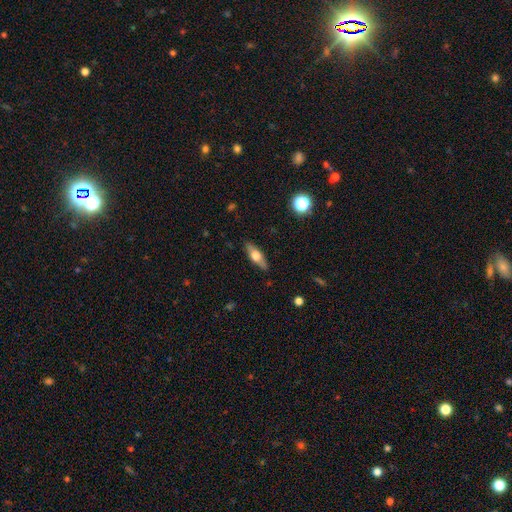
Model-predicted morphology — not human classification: Q: Smooth or featured?
A: smooth (50%); runner-up: featured or disk (44%)
Q: Merging?
A: none (86%); runner-up: minor disturbance (10%)